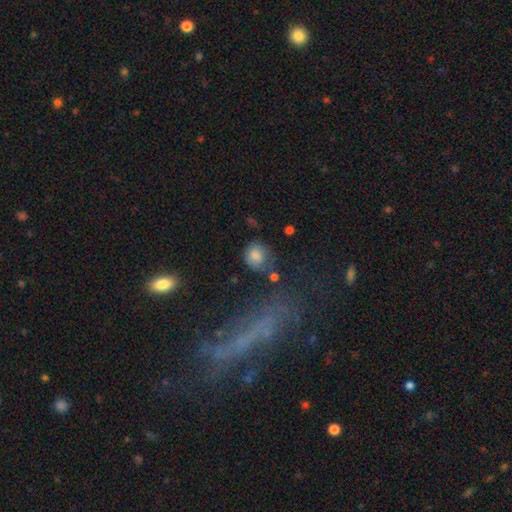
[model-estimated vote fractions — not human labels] Smooth or featured? Predicted: smooth (p=0.77). How rounded? Predicted: round (p=0.78). Merging? Predicted: none (p=0.58).